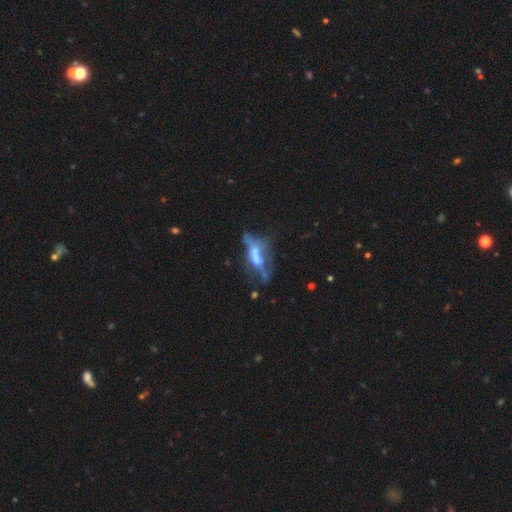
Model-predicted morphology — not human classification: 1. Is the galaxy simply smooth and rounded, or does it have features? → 54% featured or disk, 33% smooth, 13% star or artifact.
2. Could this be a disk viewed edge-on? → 81% no, 19% yes.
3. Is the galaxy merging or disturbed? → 38% major disturbance, 24% merger, 23% none, 15% minor disturbance.